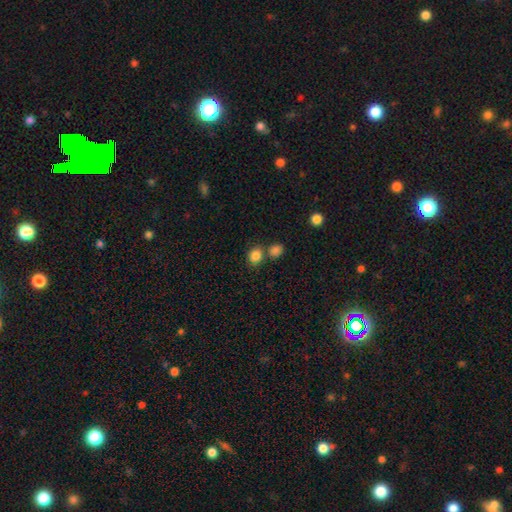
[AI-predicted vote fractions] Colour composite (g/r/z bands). It shows a smooth galaxy with no disk features (85%) that is round (67%). Merging: none (63%).